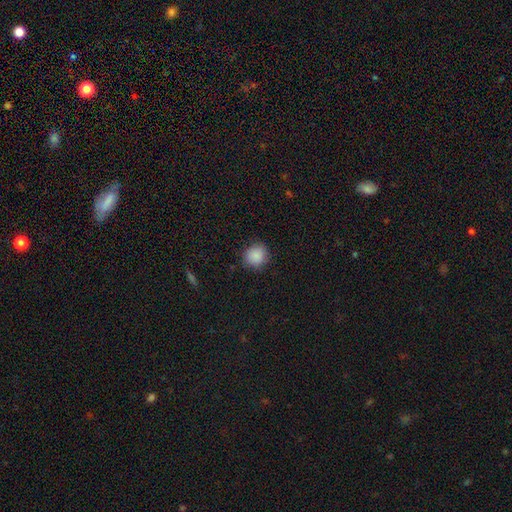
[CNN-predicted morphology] smooth 88%, star or artifact 9%, featured or disk 3%. Down the decision tree: how rounded — round (86%); merging — none (87%).